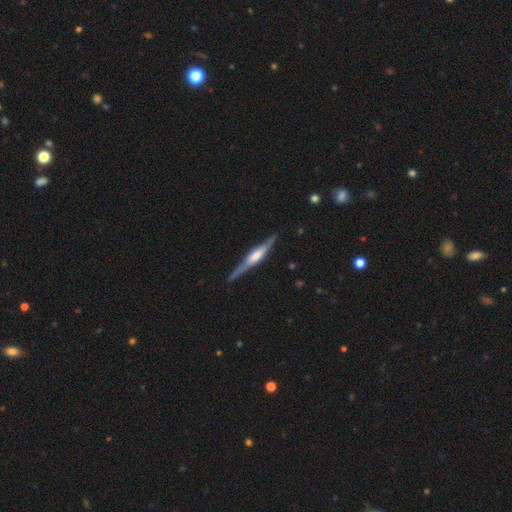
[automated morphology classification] A featured or disk galaxy (75%) viewed edge-on (97%) with a rounded central bulge (49%). Merging: none (85%).